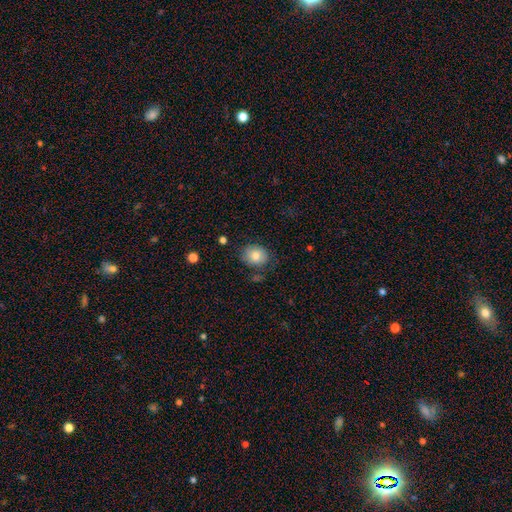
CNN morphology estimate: smooth 79%, featured or disk 12%, star or artifact 9%. Down the decision tree: how rounded — round (66%); merging — none (75%).